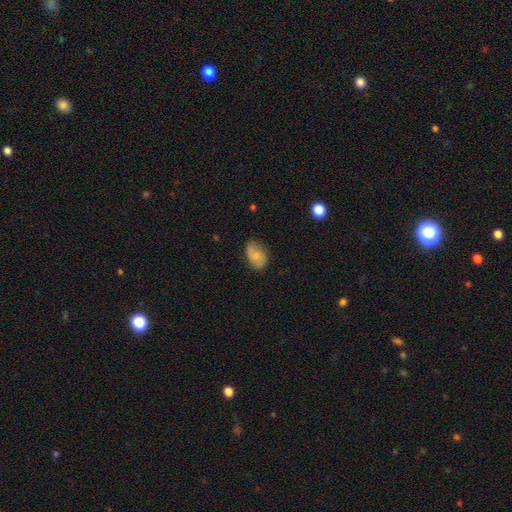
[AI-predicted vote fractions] smooth 61%, featured or disk 31%, star or artifact 8%. Down the decision tree: how rounded — in between (85%); merging — none (66%).